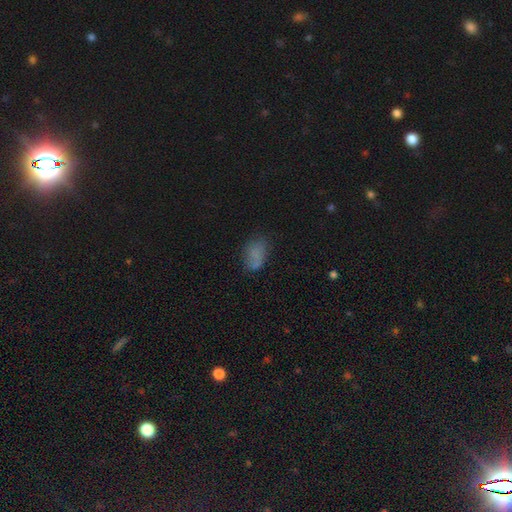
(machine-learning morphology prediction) Smooth or featured: smooth — 75% (star or artifact — 13%)
How rounded: in between — 88% (round — 9%)
Merging: none — 60% (minor disturbance — 24%)